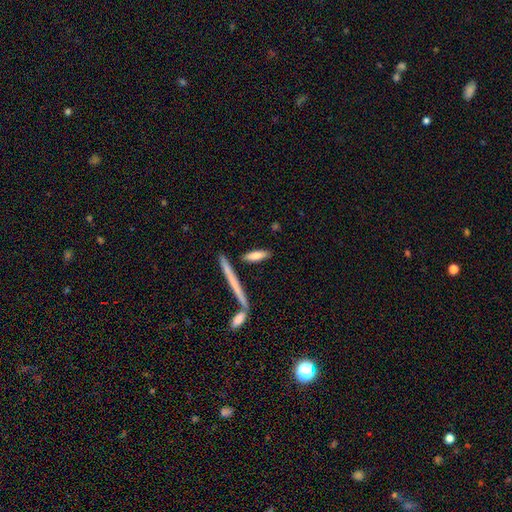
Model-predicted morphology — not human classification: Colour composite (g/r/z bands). It shows a smooth galaxy with no disk features (76%) that is cigar-shaped (66%). Merging: none (76%).